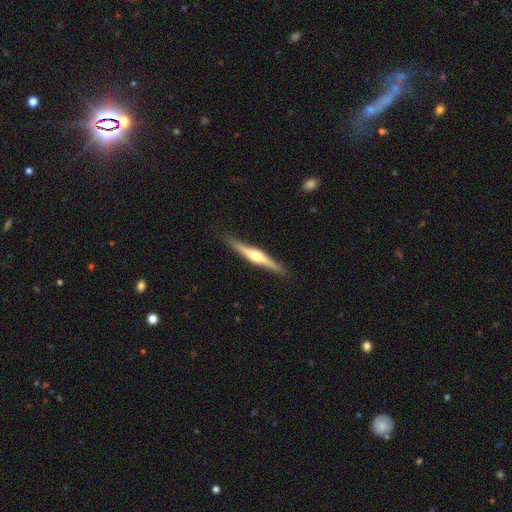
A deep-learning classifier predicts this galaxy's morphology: Smooth or featured?
  - featured or disk: 75% *
  - smooth: 20%
  - star or artifact: 5%
Edge-on disk?
  - yes: 98% *
  - no: 2%
Edge-on bulge?
  - rounded: 92% *
  - boxy: 5%
  - none: 3%
Merging?
  - none: 90% *
  - minor disturbance: 8%
  - major disturbance: 2%
  - merger: 1%